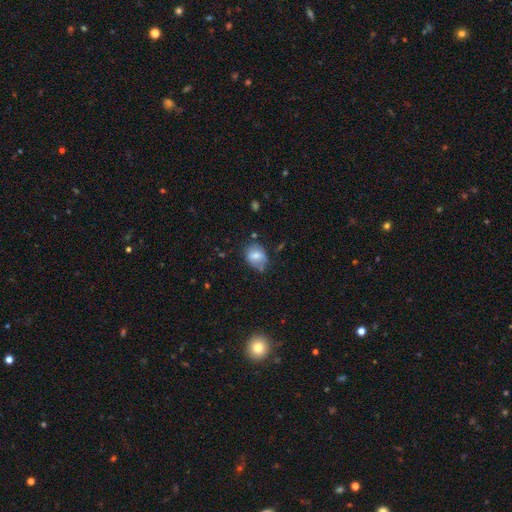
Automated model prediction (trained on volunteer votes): smooth-or-featured: smooth: 70% | featured or disk: 21% | star or artifact: 9%
  how-rounded: in between: 55% | round: 44% | cigar-shaped: 1%
  merging: none: 60% | minor disturbance: 28% | major disturbance: 8% | merger: 5%